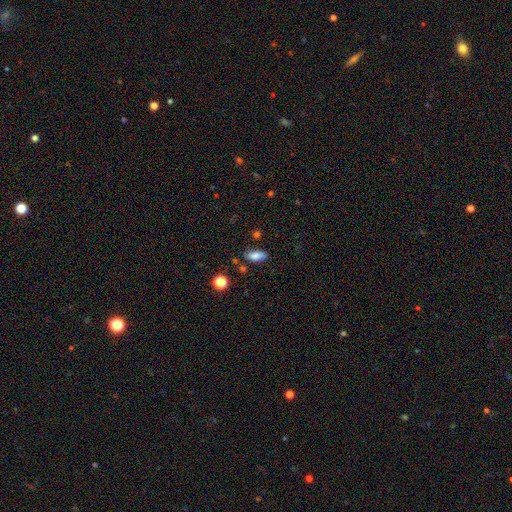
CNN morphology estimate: Smooth or featured?
  - smooth: 81% *
  - featured or disk: 11%
  - star or artifact: 9%
How rounded?
  - in between: 84% *
  - cigar-shaped: 12%
  - round: 3%
Merging?
  - none: 80% *
  - minor disturbance: 13%
  - merger: 4%
  - major disturbance: 3%